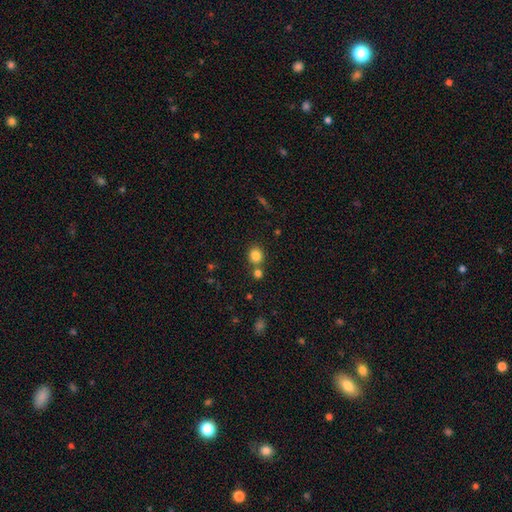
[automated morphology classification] smooth 83%, star or artifact 11%, featured or disk 5%. Down the decision tree: how rounded — round (81%); merging — none (68%).